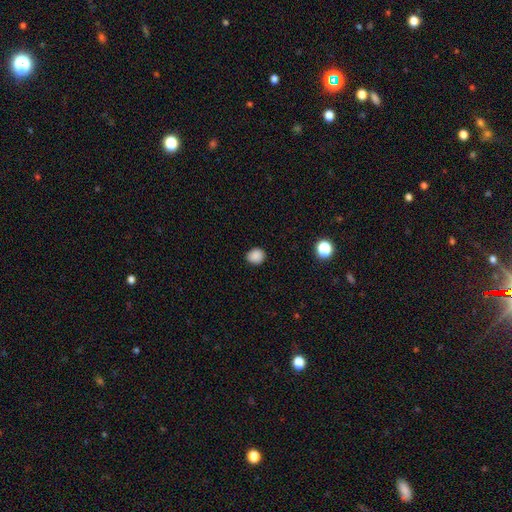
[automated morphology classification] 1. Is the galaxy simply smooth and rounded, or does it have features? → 87% smooth, 11% star or artifact, 3% featured or disk.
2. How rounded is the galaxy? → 78% round, 21% in between, 1% cigar-shaped.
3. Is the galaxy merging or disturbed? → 88% none, 9% minor disturbance, 2% major disturbance, 1% merger.